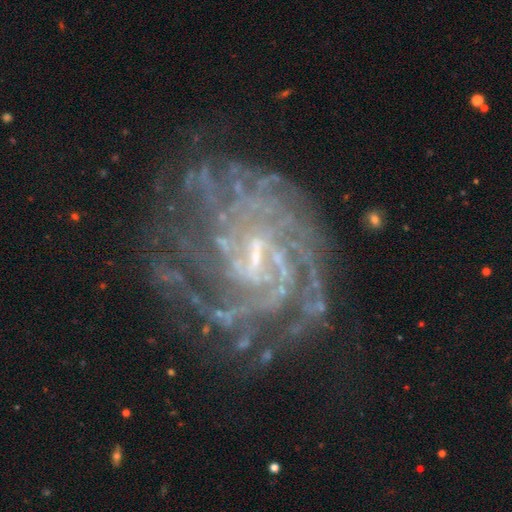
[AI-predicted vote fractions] Smooth or featured?
  - featured or disk: 87% *
  - star or artifact: 9%
  - smooth: 5%
Edge-on disk?
  - no: 98% *
  - yes: 2%
Bar?
  - weak: 53% *
  - no: 26%
  - strong: 21%
Spiral arms?
  - yes: 94% *
  - no: 6%
Spiral winding?
  - tight: 65% *
  - medium: 28%
  - loose: 7%
Spiral arm count?
  - can't tell: 33% *
  - 4: 17%
  - more than 4: 15%
  - 3: 14%
  - 2: 12%
  - 1: 8%
Bulge size?
  - small: 57% *
  - none: 21%
  - moderate: 20%
  - large: 2%
  - dominant: 1%
Merging?
  - none: 63% *
  - minor disturbance: 18%
  - major disturbance: 16%
  - merger: 3%